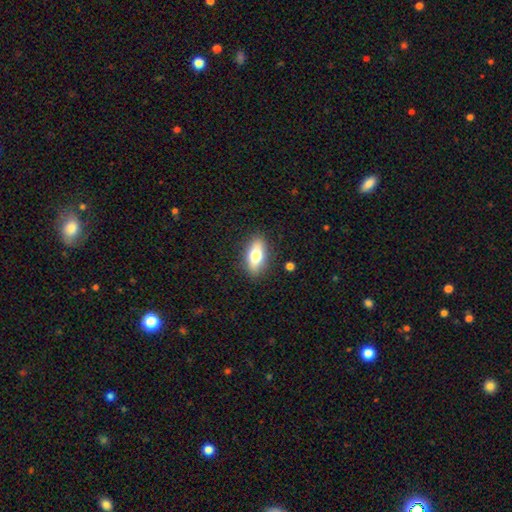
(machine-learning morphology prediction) type=smooth (69%); roundness=in between (80%); merging=none (87%).